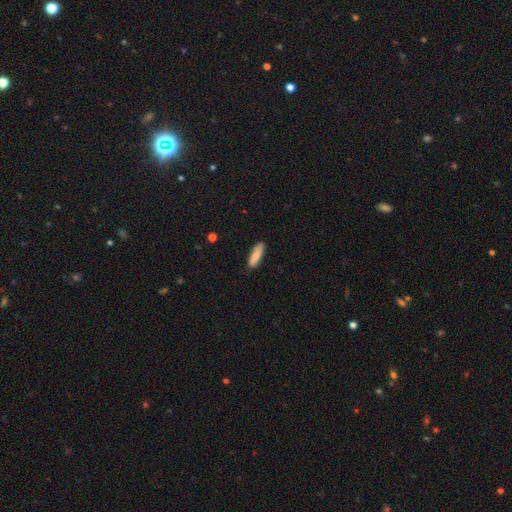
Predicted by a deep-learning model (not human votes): A smooth galaxy with no disk features (84%) that is cigar-shaped (59%).

Vote fractions:
- Smooth or featured? smooth: 84% / featured or disk: 10% / star or artifact: 6%
- How rounded? cigar-shaped: 59% / in between: 39% / round: 2%
- Merging? none: 86% / minor disturbance: 11% / major disturbance: 2% / merger: 1%